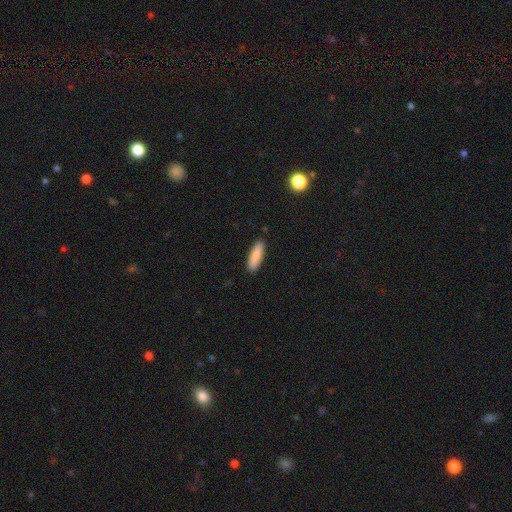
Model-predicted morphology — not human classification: This appears to be a smooth galaxy with no disk features (87%) that is cigar-shaped (56%). Merging: none (90%).